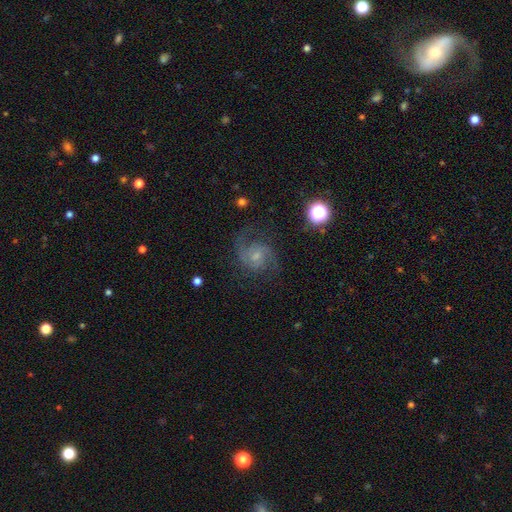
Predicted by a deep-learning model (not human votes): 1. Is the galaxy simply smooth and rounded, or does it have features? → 82% featured or disk, 9% smooth, 9% star or artifact.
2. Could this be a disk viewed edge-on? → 98% no, 2% yes.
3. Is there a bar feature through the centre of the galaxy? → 58% no, 37% weak, 5% strong.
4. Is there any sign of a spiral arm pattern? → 97% yes, 3% no.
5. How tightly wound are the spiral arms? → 56% medium, 23% loose, 21% tight.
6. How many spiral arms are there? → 85% 2, 5% can't tell, 4% 3, 3% 1, 2% 4, 2% more than 4.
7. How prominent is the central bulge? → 54% small, 35% moderate, 7% none, 3% large, 1% dominant.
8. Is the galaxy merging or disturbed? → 72% none, 16% minor disturbance, 11% major disturbance, 1% merger.